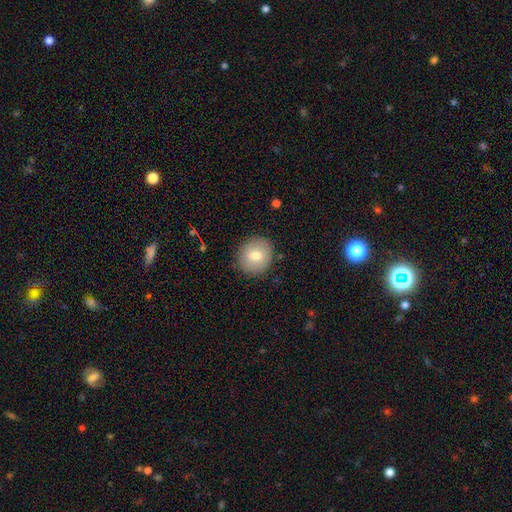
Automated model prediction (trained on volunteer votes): Morphology: type=smooth (73%); roundness=round (86%); merging=none (87%).